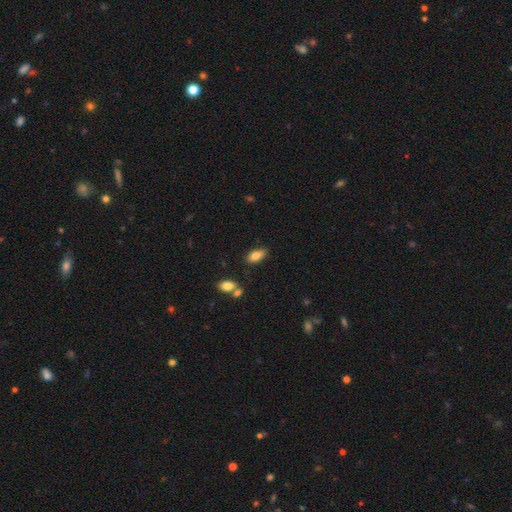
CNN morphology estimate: A smooth galaxy with no disk features (83%) that is in between round and cigar-shaped (89%). Merging: none (80%).